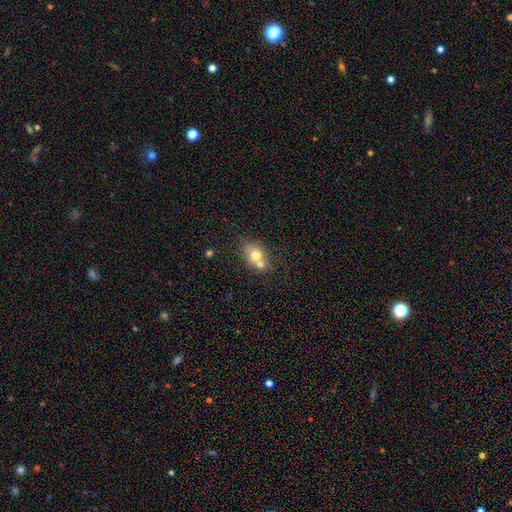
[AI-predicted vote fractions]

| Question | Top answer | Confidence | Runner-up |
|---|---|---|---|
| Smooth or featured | smooth | 70% | featured or disk (19%) |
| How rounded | in between | 53% | round (46%) |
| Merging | none | 45% | merger (40%) |